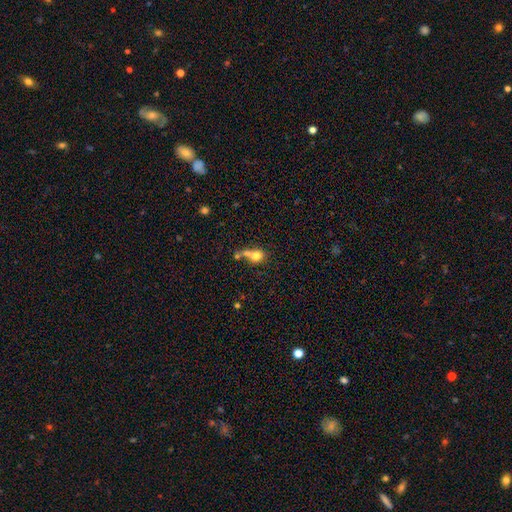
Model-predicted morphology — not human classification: The model was most divided on "merging": merger: 52%, none: 33%, minor disturbance: 9%, major disturbance: 6%. More confident: smooth or featured — smooth (75%); how rounded — round (73%).